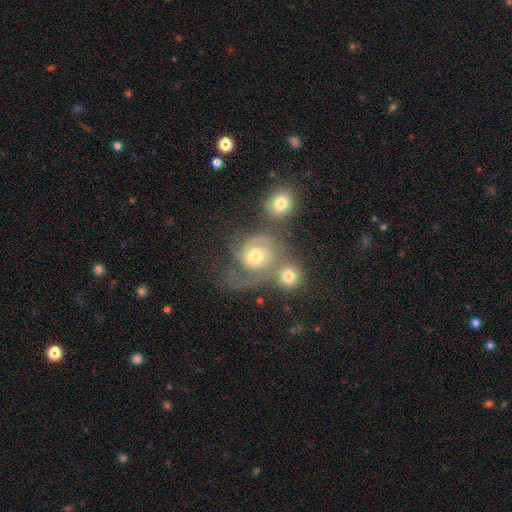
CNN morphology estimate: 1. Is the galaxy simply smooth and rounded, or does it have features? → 73% featured or disk, 19% smooth, 8% star or artifact.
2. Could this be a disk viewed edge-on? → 98% no, 2% yes.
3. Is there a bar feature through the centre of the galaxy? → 76% no, 20% weak, 4% strong.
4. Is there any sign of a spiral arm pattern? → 92% yes, 8% no.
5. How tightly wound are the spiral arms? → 47% tight, 37% medium, 16% loose.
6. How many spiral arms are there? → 55% 2, 26% 1, 10% can't tell, 5% 3, 2% 4, 2% more than 4.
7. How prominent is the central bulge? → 68% moderate, 19% small, 10% large, 2% none, 2% dominant.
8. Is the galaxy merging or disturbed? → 33% merger, 32% none, 21% major disturbance, 14% minor disturbance.